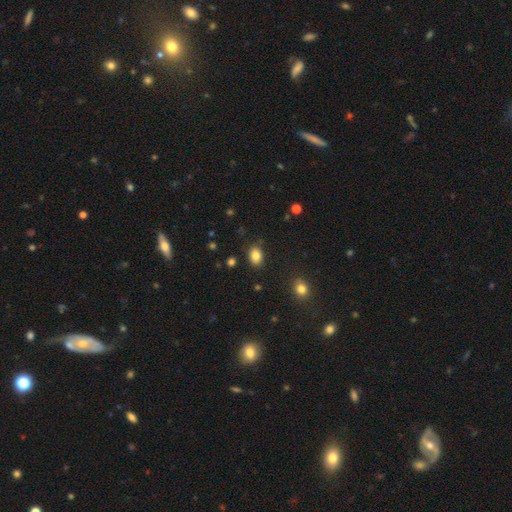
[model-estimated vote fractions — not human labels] This appears to be a smooth galaxy with no disk features (84%) that is in between round and cigar-shaped (75%). Merging: none (85%).